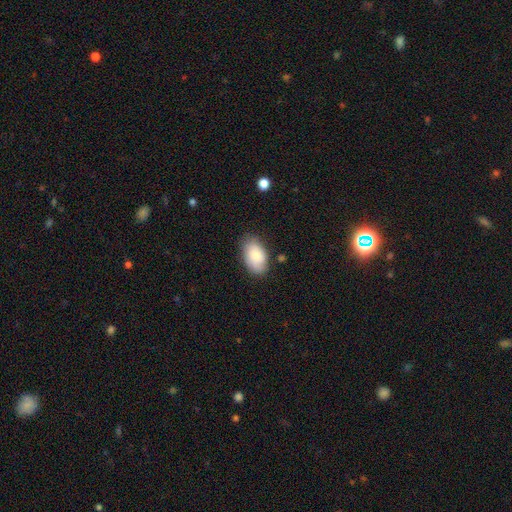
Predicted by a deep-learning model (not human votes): The model was most divided on "merging": none: 76%, minor disturbance: 18%, major disturbance: 4%, merger: 2%. More confident: how rounded — in between (92%); smooth or featured — smooth (80%).